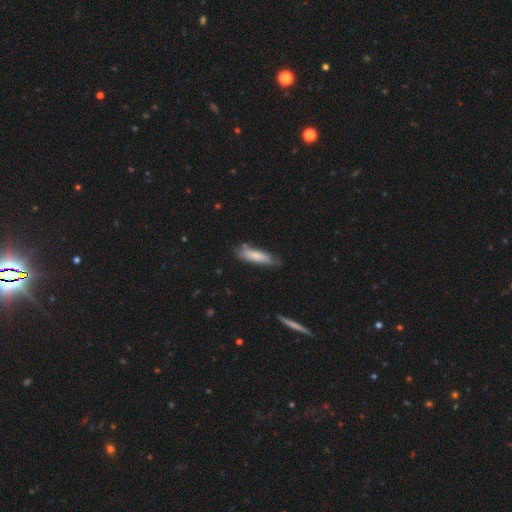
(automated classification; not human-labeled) Smooth or featured? smooth (75%)
How rounded? cigar-shaped (69%)
Merging? none (66%)